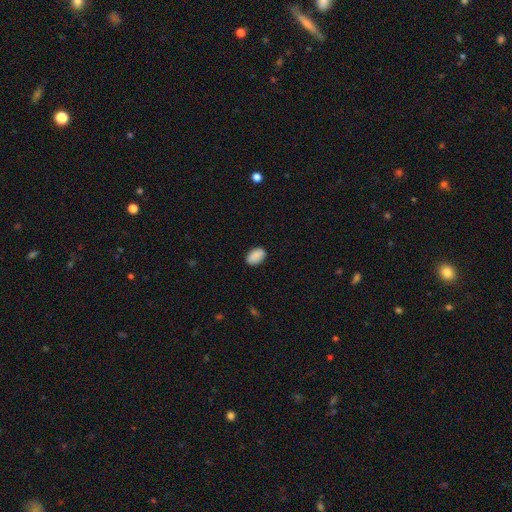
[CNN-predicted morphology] A smooth galaxy with no disk features (90%) that is in between round and cigar-shaped (90%). Merging: none (87%).